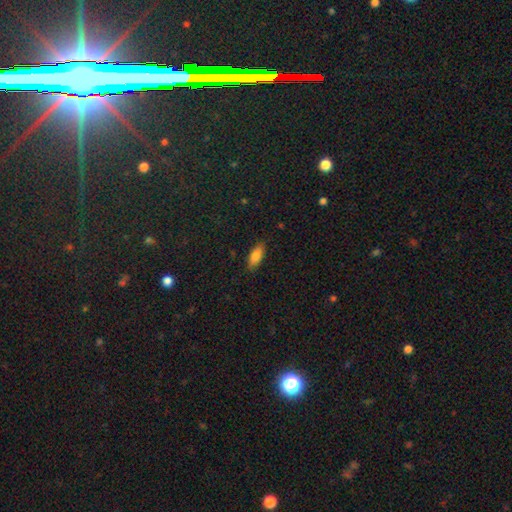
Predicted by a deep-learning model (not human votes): A smooth galaxy with no disk features (80%) that is in between round and cigar-shaped (75%).

Vote fractions:
- Smooth or featured? smooth: 80% / featured or disk: 12% / star or artifact: 8%
- How rounded? in between: 75% / cigar-shaped: 23% / round: 2%
- Merging? none: 85% / minor disturbance: 12% / major disturbance: 2% / merger: 1%